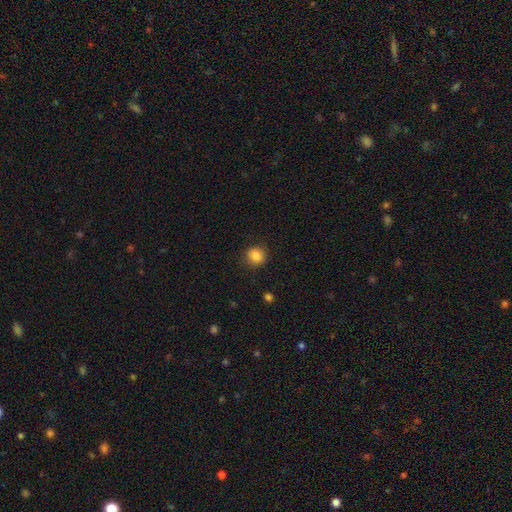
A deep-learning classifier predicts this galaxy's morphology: Q: Smooth or featured?
A: smooth (86%); runner-up: star or artifact (10%)
Q: How rounded?
A: round (86%); runner-up: in between (13%)
Q: Merging?
A: none (87%); runner-up: minor disturbance (9%)